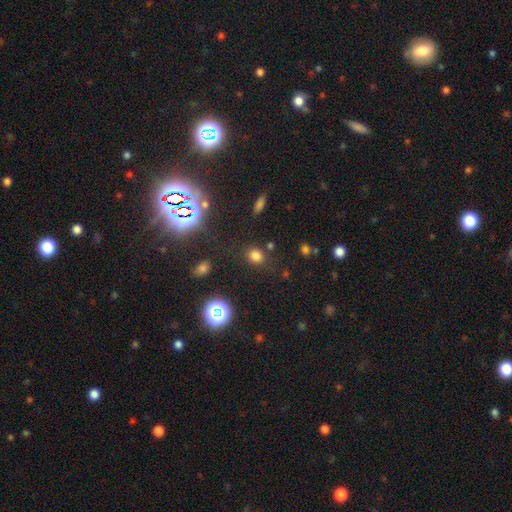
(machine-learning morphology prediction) A smooth galaxy with no disk features (73%) that is round (71%).

Vote fractions:
- Smooth or featured? smooth: 73% / star or artifact: 21% / featured or disk: 6%
- How rounded? round: 71% / in between: 28% / cigar-shaped: 1%
- Merging? none: 80% / minor disturbance: 11% / merger: 5% / major disturbance: 4%